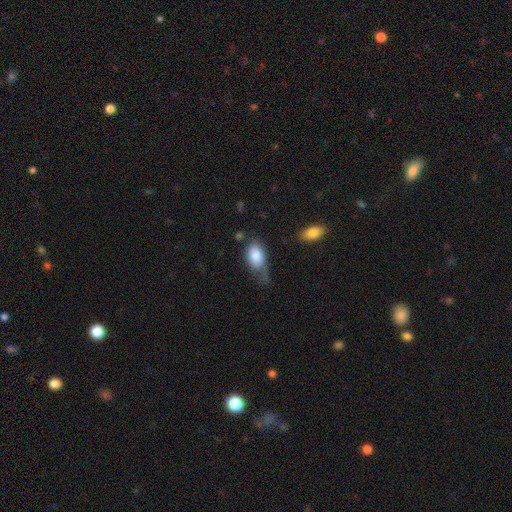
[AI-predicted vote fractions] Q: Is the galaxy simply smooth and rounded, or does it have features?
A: smooth — 82%.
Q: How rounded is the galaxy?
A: in between — 90%.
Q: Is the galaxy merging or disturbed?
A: minor disturbance — 38%.